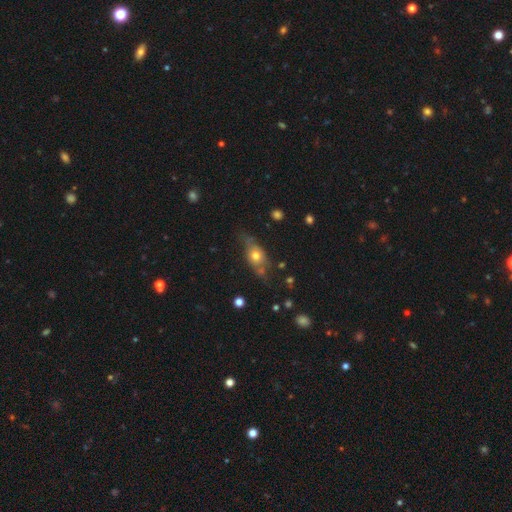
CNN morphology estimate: type=smooth (57%); roundness=in between (66%); merging=none (56%).